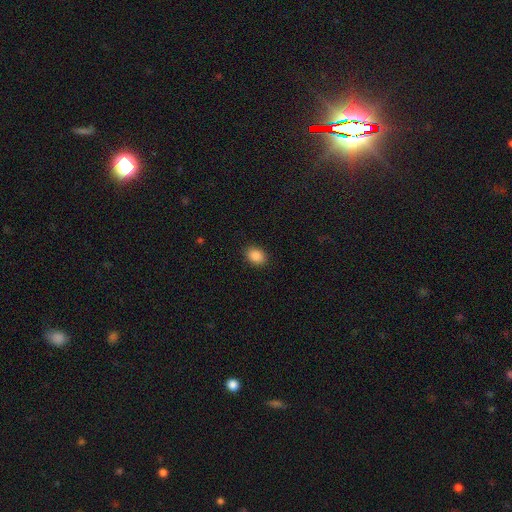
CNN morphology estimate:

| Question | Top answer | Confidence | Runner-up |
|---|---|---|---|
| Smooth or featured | smooth | 88% | star or artifact (9%) |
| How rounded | in between | 74% | round (25%) |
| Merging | none | 89% | minor disturbance (7%) |